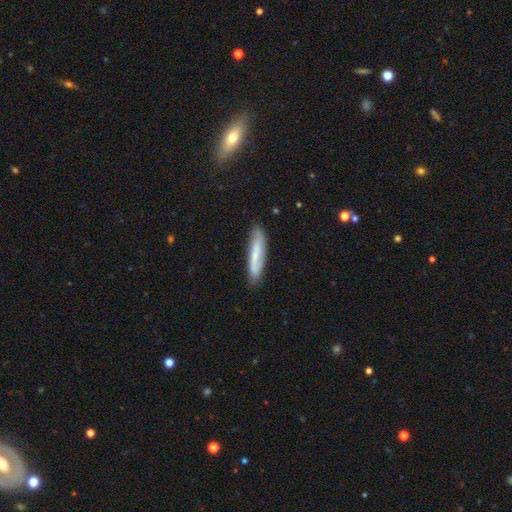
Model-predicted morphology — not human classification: Overall: smooth (56%; featured or disk 37%). How rounded: cigar-shaped (83%). Merging: none (80%).